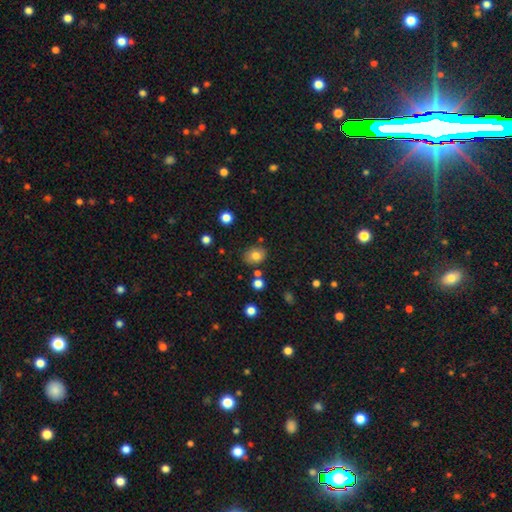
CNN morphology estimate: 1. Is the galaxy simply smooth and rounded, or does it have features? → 79% smooth, 11% star or artifact, 10% featured or disk.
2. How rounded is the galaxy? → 50% round, 49% in between, 1% cigar-shaped.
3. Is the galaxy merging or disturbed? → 78% none, 13% minor disturbance, 7% merger, 3% major disturbance.